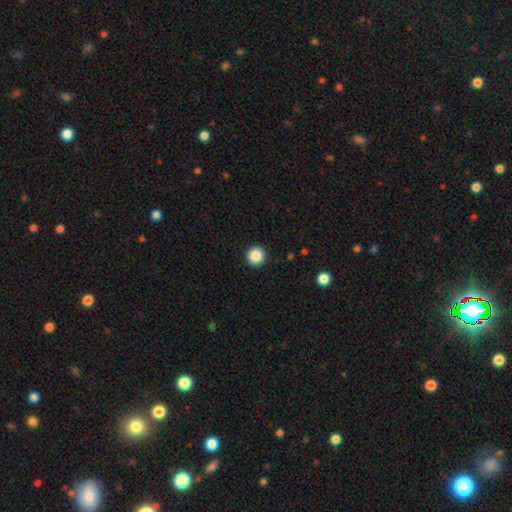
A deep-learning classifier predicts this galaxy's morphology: A smooth galaxy with no disk features (86%) that is round (96%).

Vote fractions:
- Smooth or featured? smooth: 86% / star or artifact: 10% / featured or disk: 4%
- How rounded? round: 96% / in between: 3% / cigar-shaped: 1%
- Merging? none: 93% / minor disturbance: 4% / major disturbance: 2% / merger: 1%